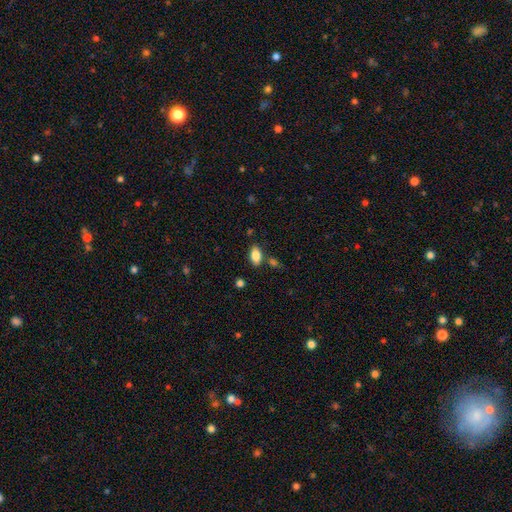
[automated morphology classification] smooth_or_featured: smooth (p=0.84) [alt: star or artifact p=0.08]
how_rounded: in between (p=0.92) [alt: round p=0.05]
merging: none (p=0.79) [alt: minor disturbance p=0.12]